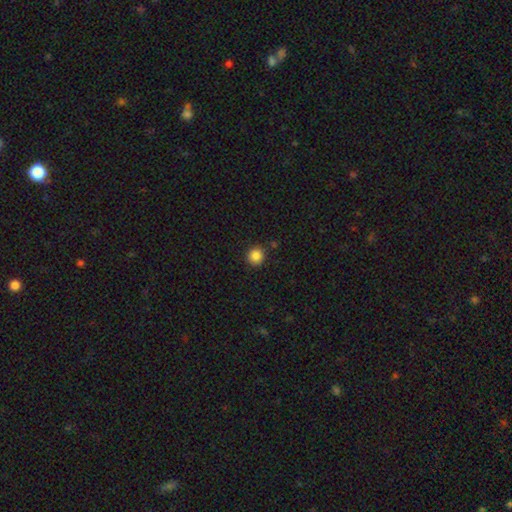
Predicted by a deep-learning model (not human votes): Smooth or featured: smooth — 86% (star or artifact — 11%)
How rounded: round — 93% (in between — 6%)
Merging: none — 89% (minor disturbance — 7%)